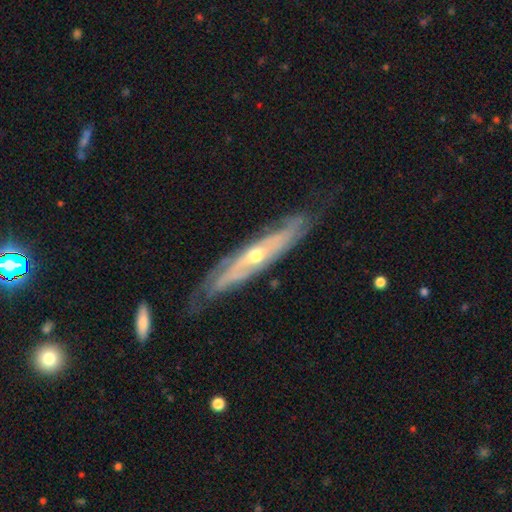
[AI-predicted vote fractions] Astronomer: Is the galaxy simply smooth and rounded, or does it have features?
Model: featured or disk — 82%.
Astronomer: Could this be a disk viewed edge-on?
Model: no — 54% (runner-up: yes, 46%).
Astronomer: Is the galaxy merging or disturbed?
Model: none — 71%.